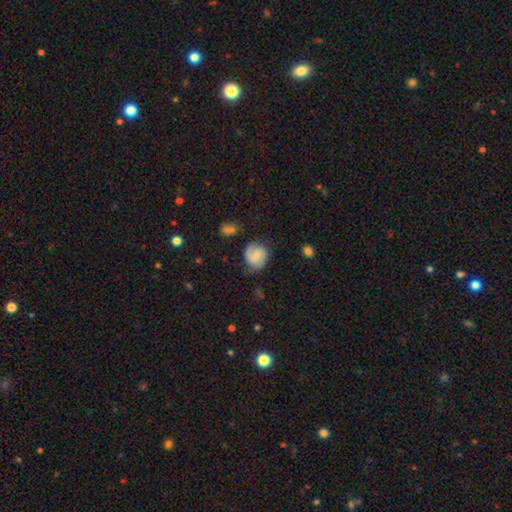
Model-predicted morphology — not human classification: A featured or disk galaxy (51%). Merging: none (61%).